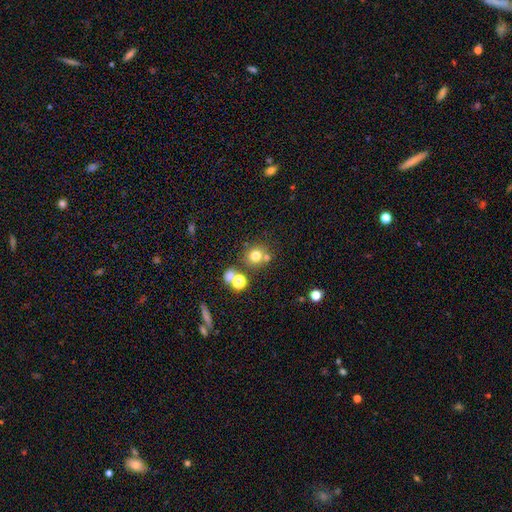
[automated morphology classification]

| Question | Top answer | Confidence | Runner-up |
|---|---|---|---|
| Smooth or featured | smooth | 72% | star or artifact (17%) |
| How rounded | round | 85% | in between (14%) |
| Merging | none | 65% | merger (22%) |